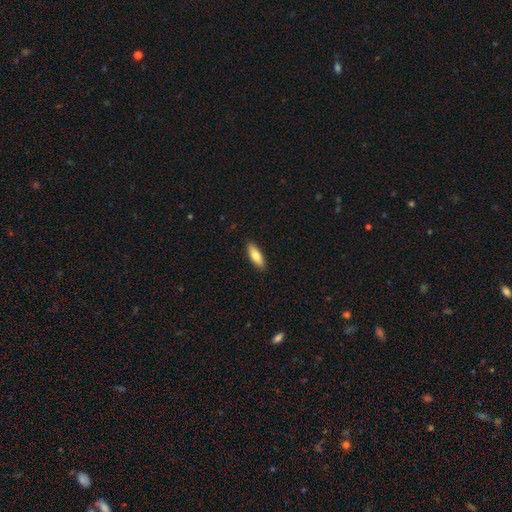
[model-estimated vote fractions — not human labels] Morphology: type=smooth (77%); roundness=in between (63%); merging=none (90%).